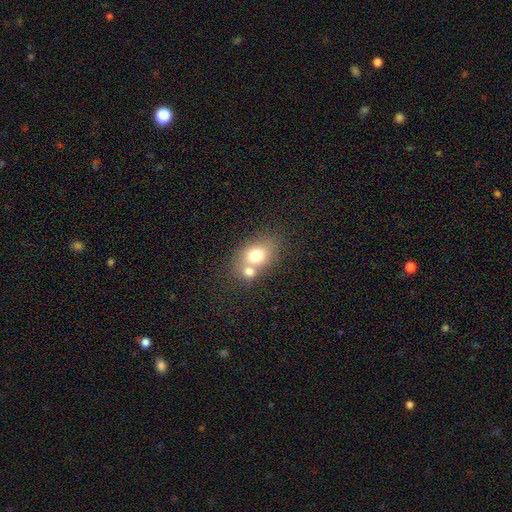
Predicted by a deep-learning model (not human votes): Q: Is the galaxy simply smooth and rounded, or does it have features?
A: smooth — 72%.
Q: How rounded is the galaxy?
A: in between — 59%.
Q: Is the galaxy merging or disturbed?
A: merger — 53%.